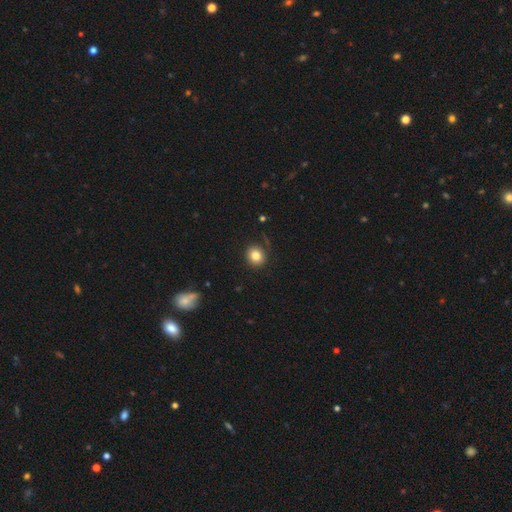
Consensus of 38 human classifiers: This is clearly a smooth galaxy (84%). How rounded: clearly round (91%). Merging: clearly none (86%).